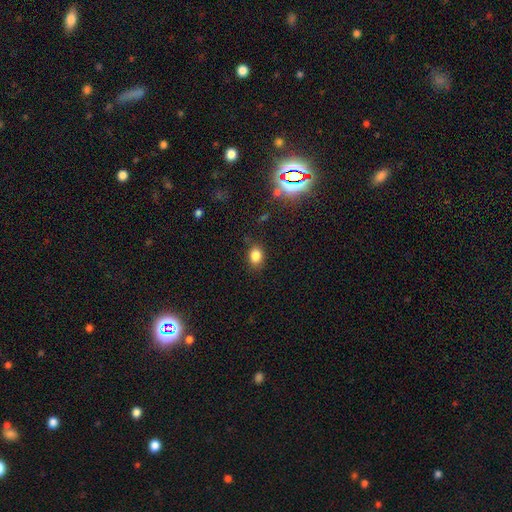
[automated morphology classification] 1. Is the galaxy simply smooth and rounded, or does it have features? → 82% smooth, 12% star or artifact, 5% featured or disk.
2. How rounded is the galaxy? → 62% in between, 37% round, 1% cigar-shaped.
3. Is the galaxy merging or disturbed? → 81% none, 14% minor disturbance, 3% major disturbance, 2% merger.